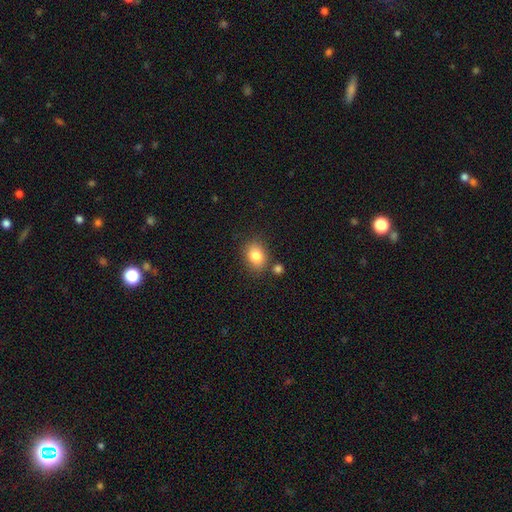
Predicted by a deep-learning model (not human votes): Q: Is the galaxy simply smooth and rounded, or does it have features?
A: smooth — 83%.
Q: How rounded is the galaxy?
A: in between — 61%.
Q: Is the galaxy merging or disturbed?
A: none — 76%.